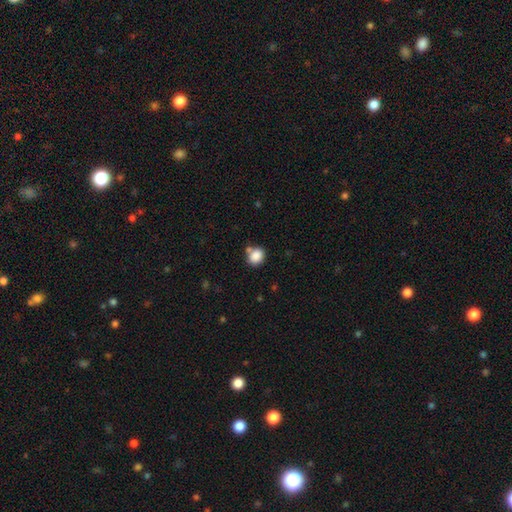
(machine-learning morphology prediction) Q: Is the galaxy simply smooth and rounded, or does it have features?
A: smooth — 86%.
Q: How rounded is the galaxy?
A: round — 65%.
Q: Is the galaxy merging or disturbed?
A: none — 67%.